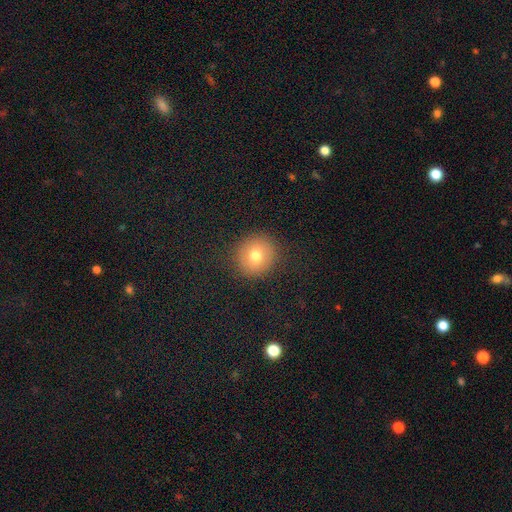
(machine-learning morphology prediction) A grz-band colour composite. It shows a smooth galaxy with no disk features (72%) that is round (91%). Merging: none (89%).